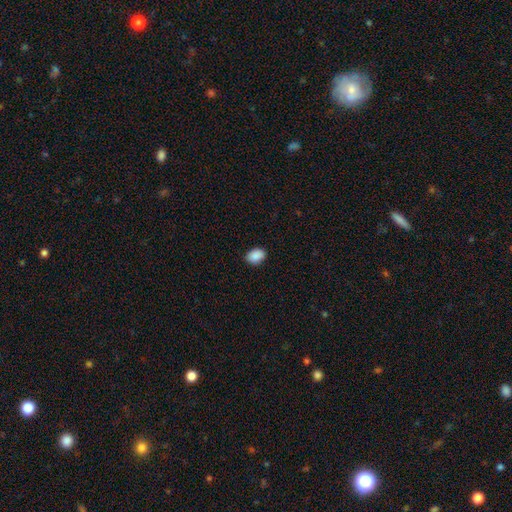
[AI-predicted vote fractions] This appears to be a smooth galaxy with no disk features (89%) that is in between round and cigar-shaped (75%). Merging: none (87%).